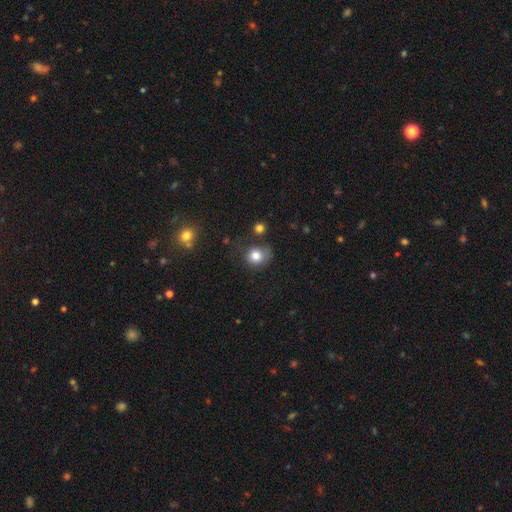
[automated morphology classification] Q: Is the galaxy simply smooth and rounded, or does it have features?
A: smooth — 81%.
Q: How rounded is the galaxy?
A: round — 73%.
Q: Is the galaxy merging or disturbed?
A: none — 62%.